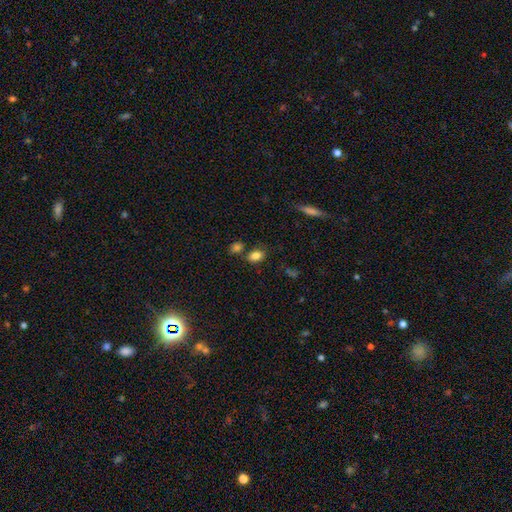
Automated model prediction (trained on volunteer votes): Overall: smooth (83%). How rounded: in between (79%). Merging: none (69%).